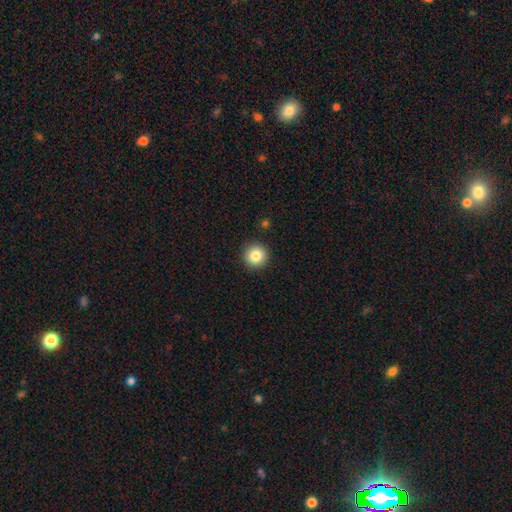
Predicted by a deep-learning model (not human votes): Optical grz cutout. It shows a smooth galaxy with no disk features (84%) that is round (95%). Merging: none (92%).